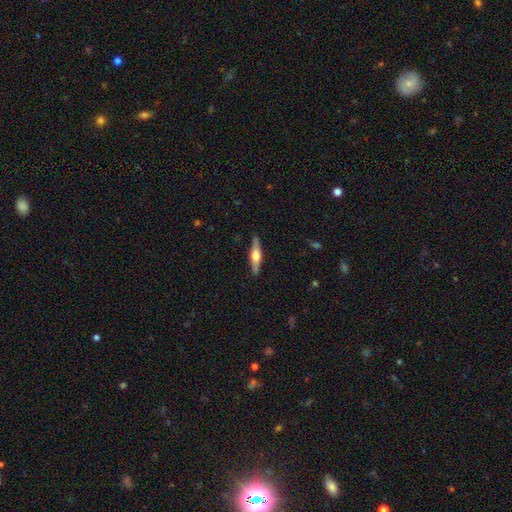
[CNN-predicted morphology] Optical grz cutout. It shows a featured or disk galaxy (59%) viewed edge-on (95%) with a rounded central bulge (92%). Merging: none (89%).